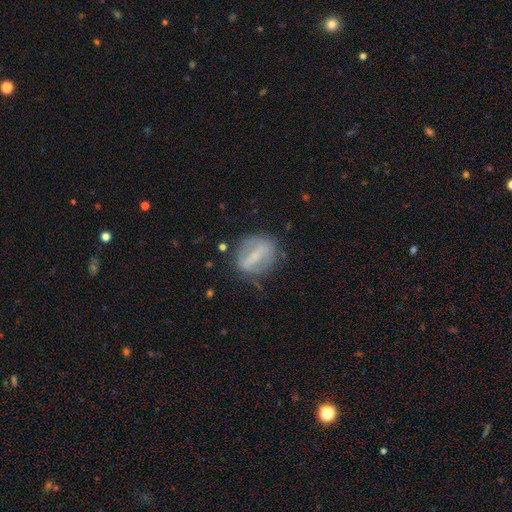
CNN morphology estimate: The model was most divided on "bulge size": small: 39%, none: 34%, moderate: 22%, large: 4%, dominant: 1%. More confident: edge-on disk — no (89%); spiral arms — no (67%); merging — none (66%); bar — strong (63%); smooth or featured — featured or disk (56%).